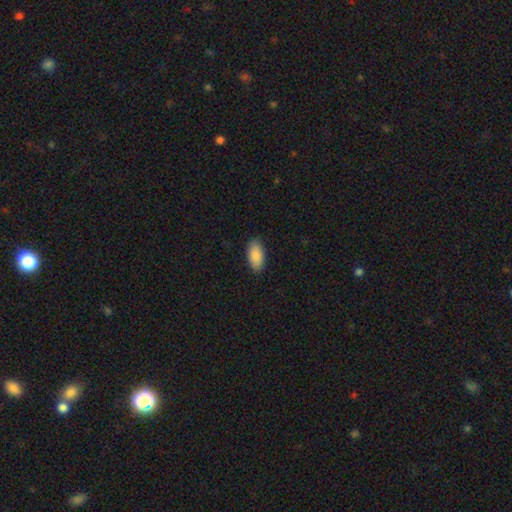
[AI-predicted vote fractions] Smooth or featured: smooth — 88% (star or artifact — 6%)
How rounded: in between — 94% (cigar-shaped — 4%)
Merging: none — 88% (minor disturbance — 9%)